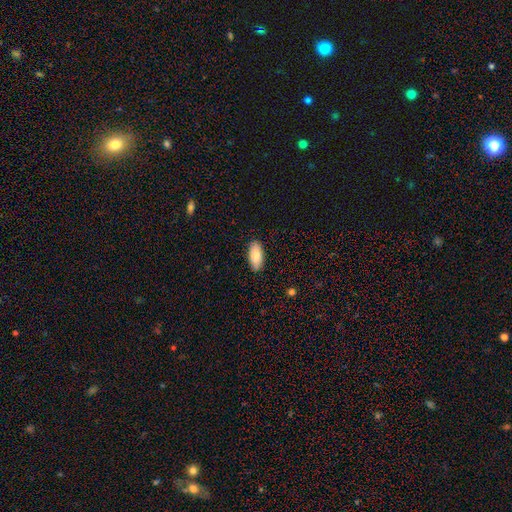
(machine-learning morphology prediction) This appears to be a smooth galaxy with no disk features (82%) that is in between round and cigar-shaped (88%). Merging: none (89%).